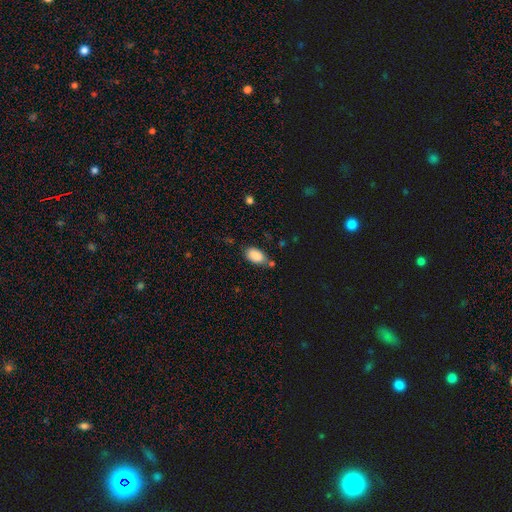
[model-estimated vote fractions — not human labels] smooth_or_featured: smooth (p=0.88) [alt: star or artifact p=0.08]
how_rounded: in between (p=0.92) [alt: round p=0.06]
merging: none (p=0.65) [alt: minor disturbance p=0.20]